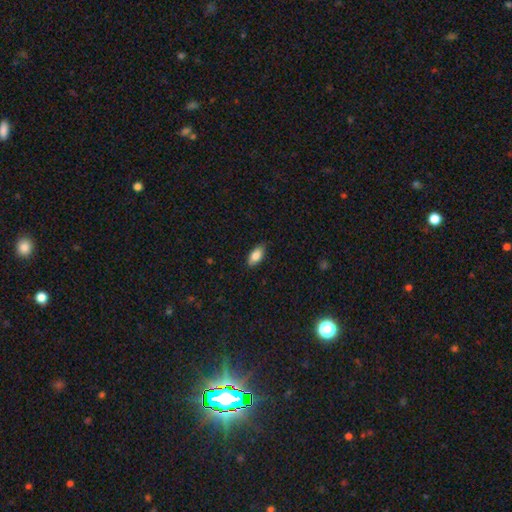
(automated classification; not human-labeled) smooth 85%, featured or disk 8%, star or artifact 7%. Down the decision tree: how rounded — in between (90%); merging — none (86%).